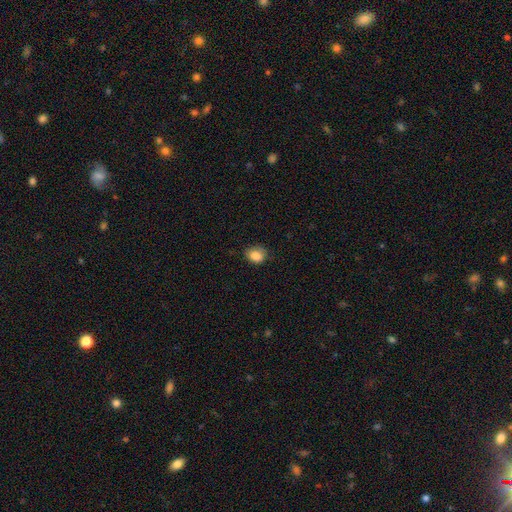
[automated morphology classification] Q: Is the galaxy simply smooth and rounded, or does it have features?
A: smooth — 86%.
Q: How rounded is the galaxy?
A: in between — 51%.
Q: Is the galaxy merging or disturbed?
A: none — 70%.